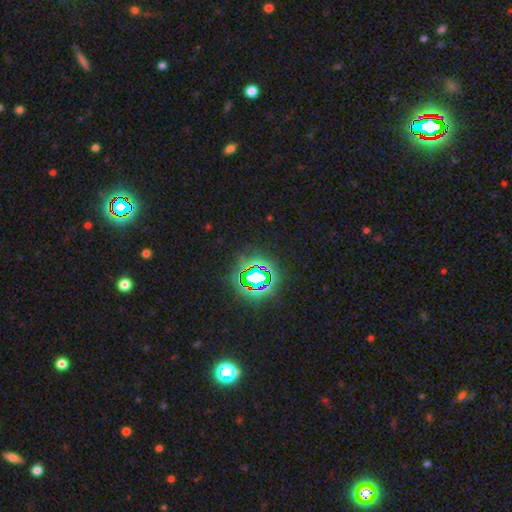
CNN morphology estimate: smooth-or-featured: star or artifact: 81% | smooth: 12% | featured or disk: 6%